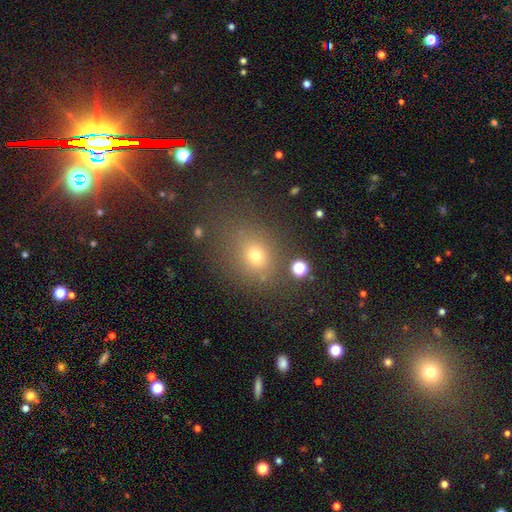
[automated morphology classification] Smooth or featured? smooth (68%)
How rounded? round (59%)
Merging? none (73%)